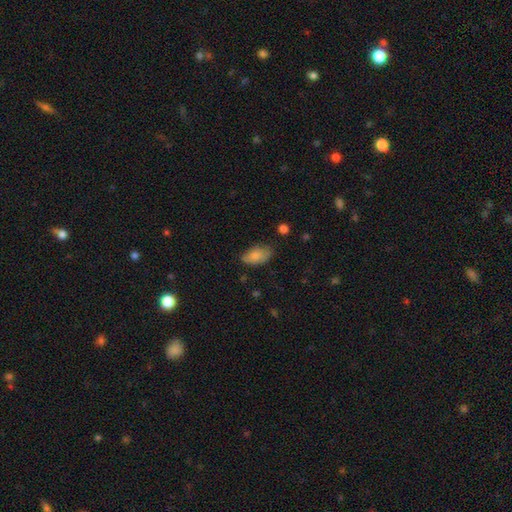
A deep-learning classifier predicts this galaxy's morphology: smooth_or_featured: smooth (p=0.80) [alt: featured or disk p=0.13]
how_rounded: in between (p=0.92) [alt: round p=0.06]
merging: none (p=0.63) [alt: minor disturbance p=0.27]